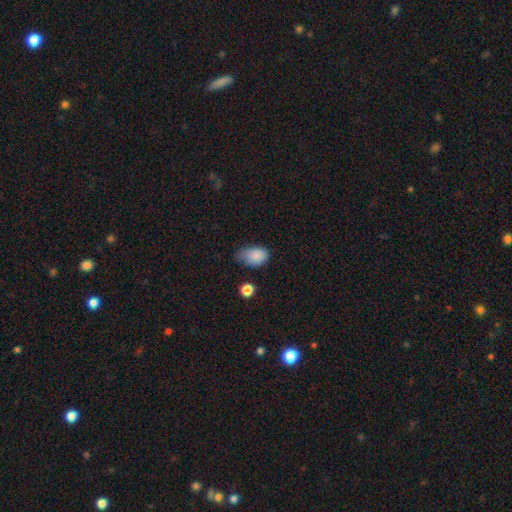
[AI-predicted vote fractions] smooth_or_featured: smooth (p=0.86) [alt: star or artifact p=0.09]
how_rounded: in between (p=0.82) [alt: round p=0.17]
merging: minor disturbance (p=0.45) [alt: none p=0.40]